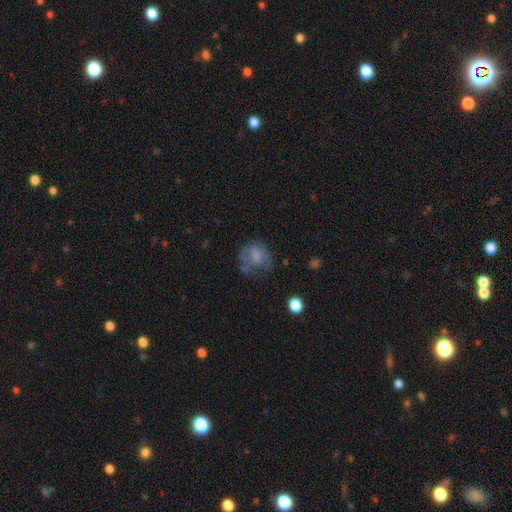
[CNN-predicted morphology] A smooth galaxy with no disk features (62%) that is round (73%). Merging: none (45%).